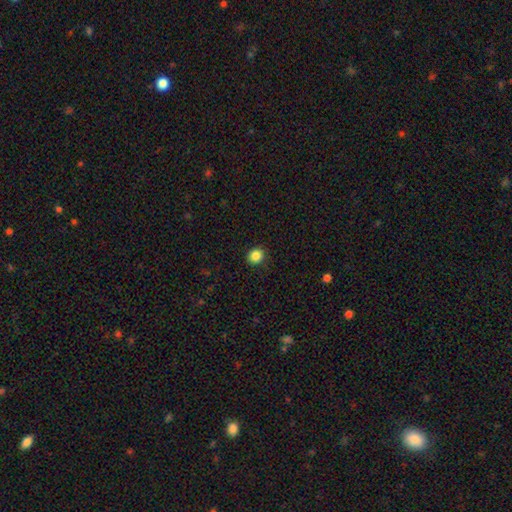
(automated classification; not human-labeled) Smooth or featured? Predicted: smooth (p=0.86). How rounded? Predicted: round (p=0.83). Merging? Predicted: none (p=0.91).